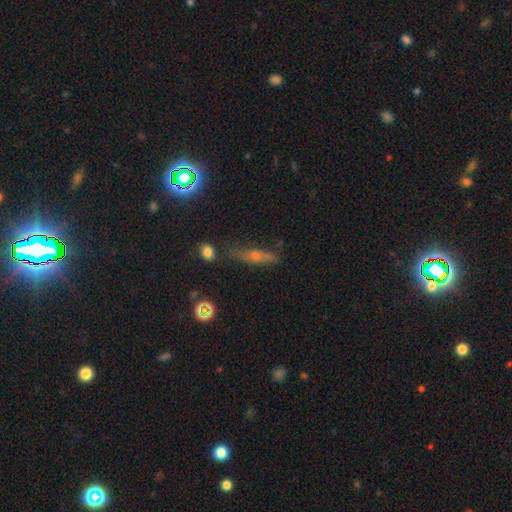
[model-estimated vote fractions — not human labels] Overall: featured or disk (51%; smooth 29%). Edge-on disk: yes (86%). Merging: none (74%).